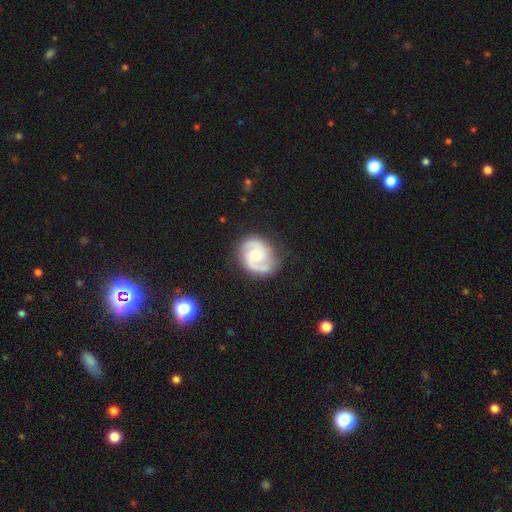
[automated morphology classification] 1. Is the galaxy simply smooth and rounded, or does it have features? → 87% featured or disk, 8% smooth, 5% star or artifact.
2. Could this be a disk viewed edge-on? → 98% no, 2% yes.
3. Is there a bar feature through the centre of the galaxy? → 60% no, 35% weak, 6% strong.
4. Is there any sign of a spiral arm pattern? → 97% yes, 3% no.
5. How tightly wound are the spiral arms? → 51% medium, 38% tight, 11% loose.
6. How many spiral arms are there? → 90% 2, 3% can't tell, 2% 1, 2% 3, 1% 4, 1% more than 4.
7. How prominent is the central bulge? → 58% moderate, 35% small, 4% large, 2% none, 1% dominant.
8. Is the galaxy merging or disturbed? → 80% none, 15% minor disturbance, 4% major disturbance, 1% merger.